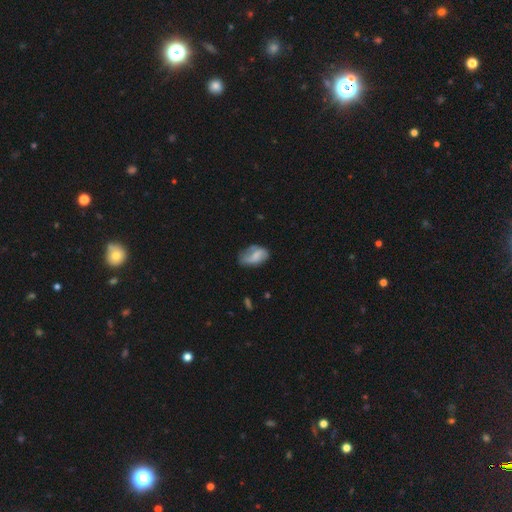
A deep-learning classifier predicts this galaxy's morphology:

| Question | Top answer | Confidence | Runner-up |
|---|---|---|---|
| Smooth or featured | smooth | 64% | featured or disk (28%) |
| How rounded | in between | 91% | round (7%) |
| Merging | none | 44% | minor disturbance (36%) |